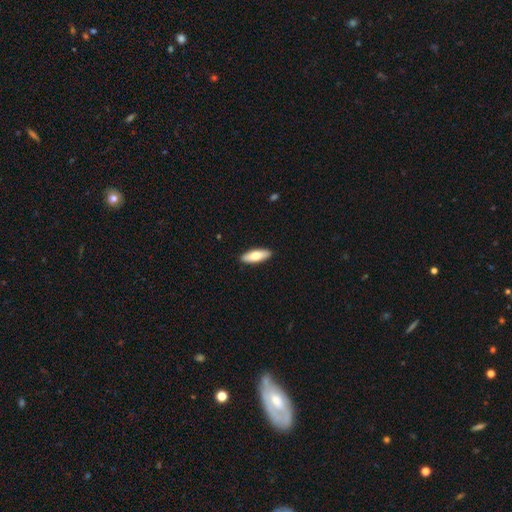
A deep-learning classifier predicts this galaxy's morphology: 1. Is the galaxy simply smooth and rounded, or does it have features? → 68% smooth, 27% featured or disk, 5% star or artifact.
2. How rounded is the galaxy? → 60% in between, 37% cigar-shaped, 2% round.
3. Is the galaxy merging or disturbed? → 91% none, 7% minor disturbance, 1% major disturbance, 1% merger.